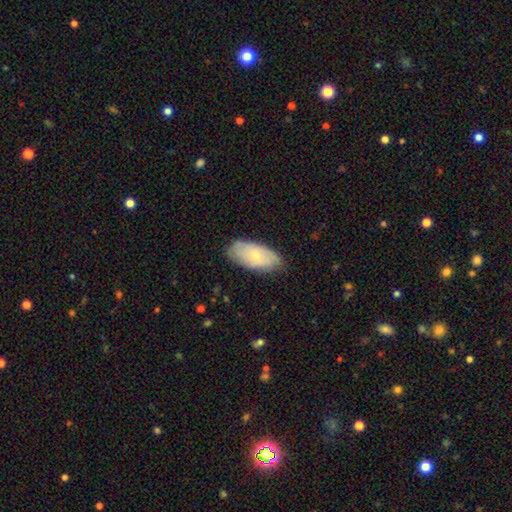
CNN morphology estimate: The model was most divided on "smooth or featured": smooth: 59%, featured or disk: 35%, star or artifact: 6%. More confident: how rounded — in between (92%); merging — none (74%).